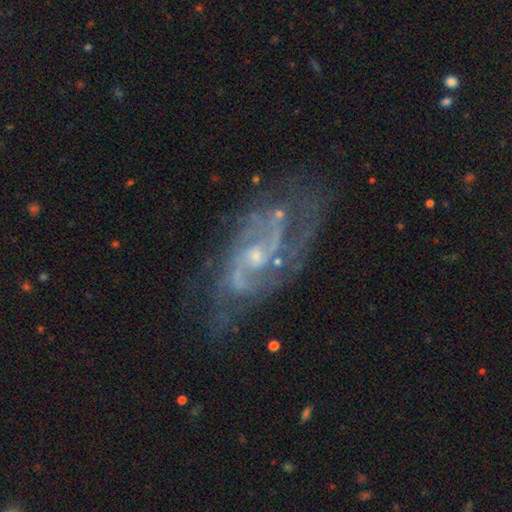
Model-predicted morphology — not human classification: Smooth or featured: featured or disk — 84% (star or artifact — 9%)
Edge-on disk: no — 94% (yes — 6%)
Bar: no — 50% (weak — 41%)
Spiral arms: yes — 92% (no — 8%)
Spiral winding: medium — 48% (tight — 28%)
Spiral arm count: 2 — 50% (can't tell — 24%)
Bulge size: small — 60% (moderate — 31%)
Merging: none — 67% (minor disturbance — 18%)